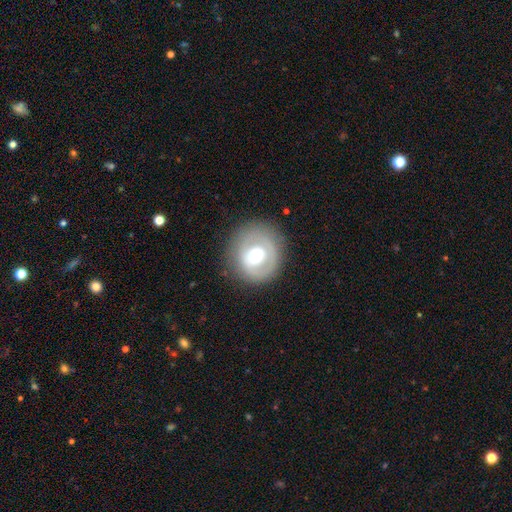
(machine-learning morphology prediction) Smooth or featured?
  - smooth: 51% *
  - featured or disk: 39%
  - star or artifact: 9%
How rounded?
  - round: 88% *
  - in between: 11%
  - cigar-shaped: 1%
Merging?
  - none: 79% *
  - minor disturbance: 13%
  - major disturbance: 7%
  - merger: 1%